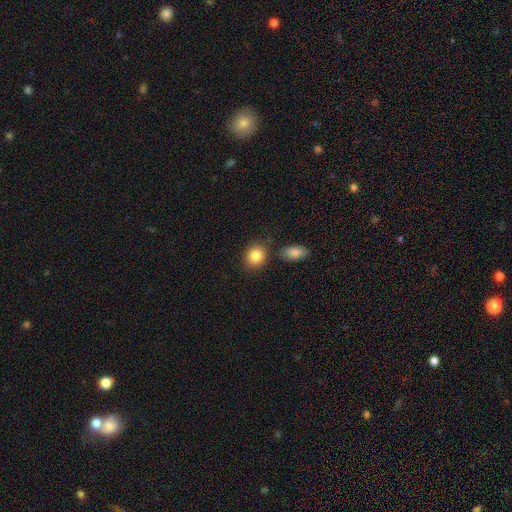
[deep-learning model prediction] smooth 85%, star or artifact 8%, featured or disk 6%. Down the decision tree: how rounded — round (66%); merging — none (73%).